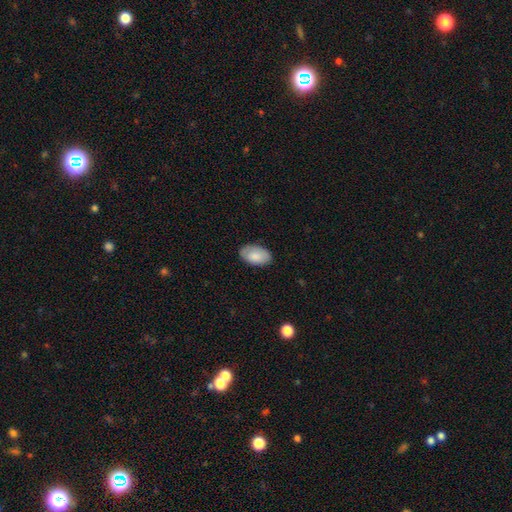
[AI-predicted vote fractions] smooth-or-featured: smooth: 83% | featured or disk: 11% | star or artifact: 6%
  how-rounded: in between: 94% | round: 5% | cigar-shaped: 1%
  merging: none: 82% | minor disturbance: 14% | major disturbance: 3% | merger: 1%